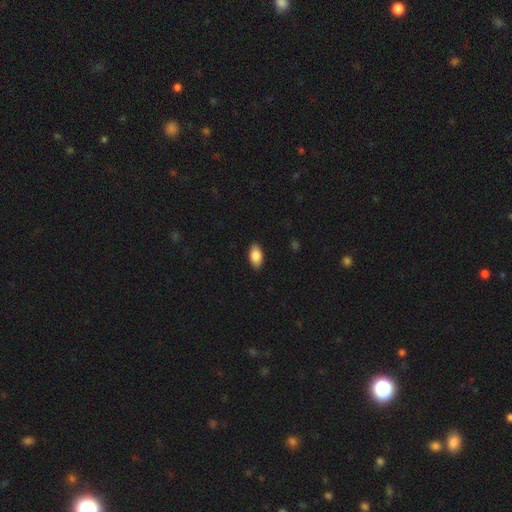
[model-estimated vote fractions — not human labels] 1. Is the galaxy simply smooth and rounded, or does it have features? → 87% smooth, 7% featured or disk, 7% star or artifact.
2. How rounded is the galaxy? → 93% in between, 4% round, 3% cigar-shaped.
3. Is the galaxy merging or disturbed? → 88% none, 9% minor disturbance, 2% major disturbance, 1% merger.